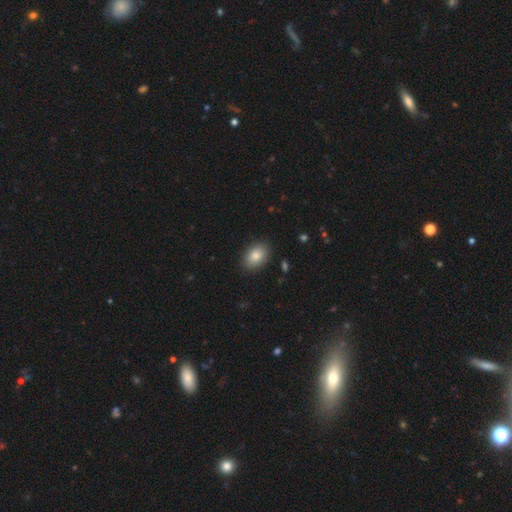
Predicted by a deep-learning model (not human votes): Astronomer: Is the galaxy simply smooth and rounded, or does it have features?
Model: smooth — 84%.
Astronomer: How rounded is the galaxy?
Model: in between — 82%.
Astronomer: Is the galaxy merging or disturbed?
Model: none — 87%.